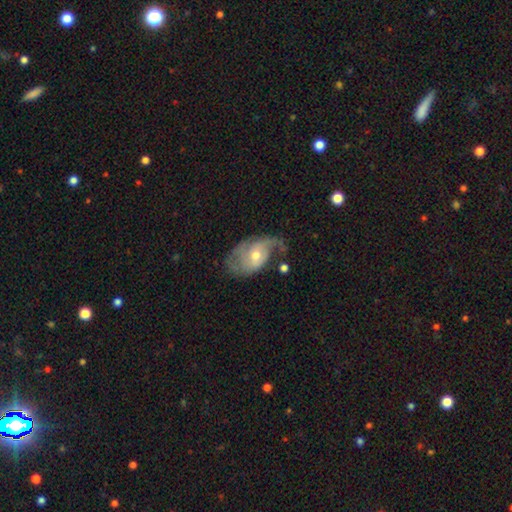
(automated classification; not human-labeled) smooth-or-featured: featured or disk: 71% | smooth: 22% | star or artifact: 6%
  disk-edge-on: no: 95% | yes: 5%
    bar: no: 58% | weak: 34% | strong: 8%
    has-spiral-arms: yes: 83% | no: 17%
      spiral-winding: loose: 42% | medium: 37% | tight: 22%
      spiral-arm-count: 2: 50% | 1: 24% | can't tell: 18% | 3: 5% | 4: 2% | more than 4: 2%
    bulge-size: moderate: 58% | small: 37% | large: 3% | none: 1% | dominant: 1%
  merging: none: 40% | major disturbance: 29% | minor disturbance: 27% | merger: 4%